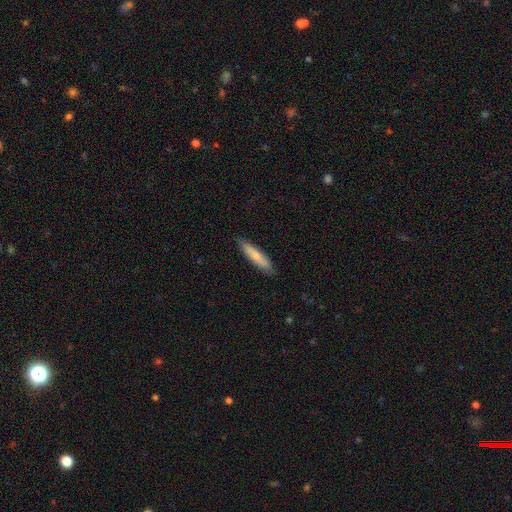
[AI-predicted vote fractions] smooth-or-featured: smooth: 72% | featured or disk: 23% | star or artifact: 5%
  how-rounded: cigar-shaped: 84% | in between: 15% | round: 1%
  merging: none: 87% | minor disturbance: 10% | major disturbance: 2% | merger: 1%